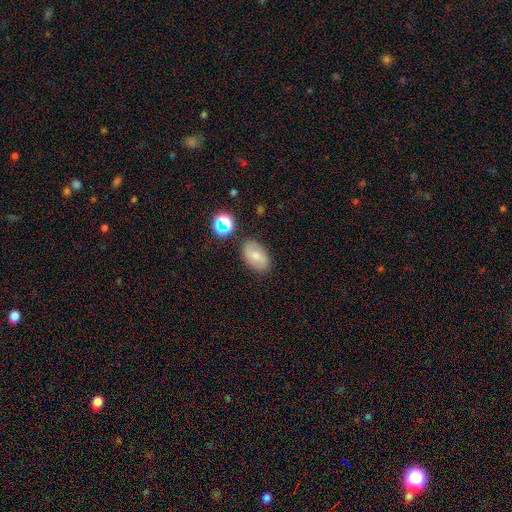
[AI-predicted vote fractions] Smooth or featured?
  - smooth: 67% *
  - featured or disk: 23%
  - star or artifact: 10%
How rounded?
  - in between: 88% *
  - round: 10%
  - cigar-shaped: 2%
Merging?
  - none: 81% *
  - minor disturbance: 13%
  - merger: 3%
  - major disturbance: 3%